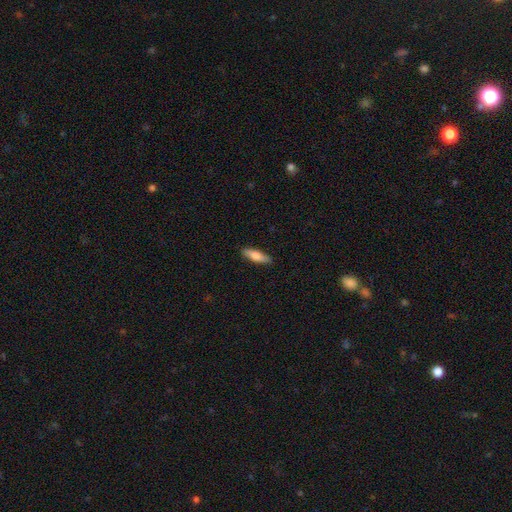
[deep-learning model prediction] Morphology: type=smooth (73%); roundness=cigar-shaped (58%); merging=none (89%).